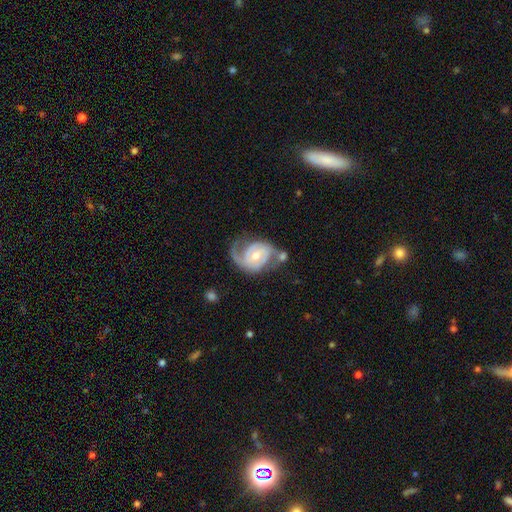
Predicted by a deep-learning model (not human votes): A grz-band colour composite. It shows a featured or disk galaxy (85%) with no bar (55%), 2 (71%) medium (44%) spiral arms (95%) and a moderate central bulge (60%). Merging: none (45%).